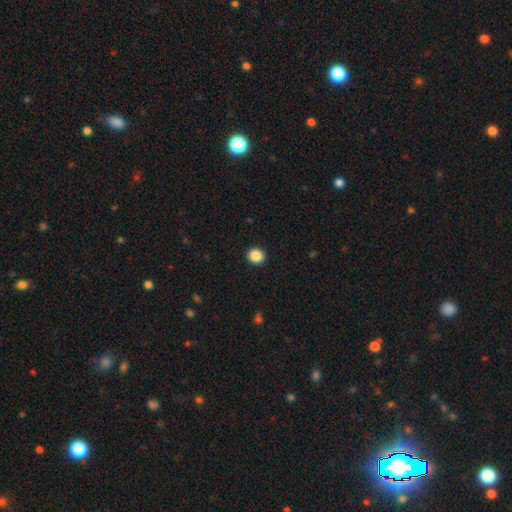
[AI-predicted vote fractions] A smooth galaxy with no disk features (88%) that is round (86%). Merging: none (92%).